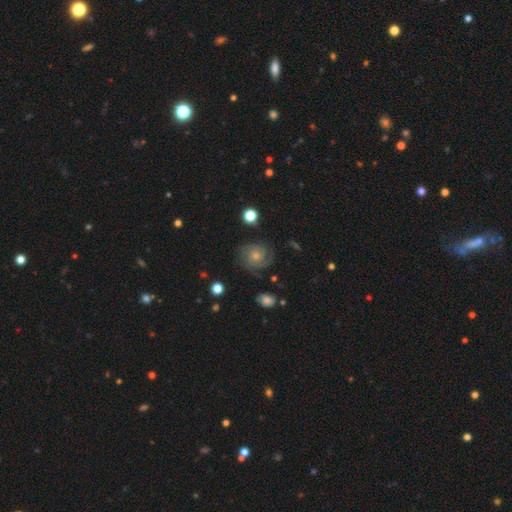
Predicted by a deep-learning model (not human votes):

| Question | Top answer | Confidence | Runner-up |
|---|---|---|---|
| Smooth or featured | featured or disk | 76% | smooth (15%) |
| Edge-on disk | no | 98% | yes (2%) |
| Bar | no | 78% | weak (19%) |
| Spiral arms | yes | 95% | no (5%) |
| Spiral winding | tight | 64% | medium (28%) |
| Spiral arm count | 2 | 30% | 3 (25%) |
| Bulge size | small | 51% | moderate (40%) |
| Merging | none | 74% | minor disturbance (16%) |